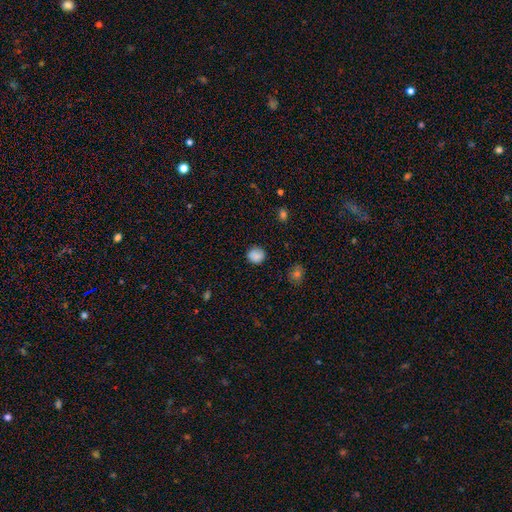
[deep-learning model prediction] Smooth or featured?
  - smooth: 85% *
  - star or artifact: 9%
  - featured or disk: 5%
How rounded?
  - round: 85% *
  - in between: 14%
  - cigar-shaped: 1%
Merging?
  - none: 84% *
  - minor disturbance: 12%
  - major disturbance: 3%
  - merger: 1%